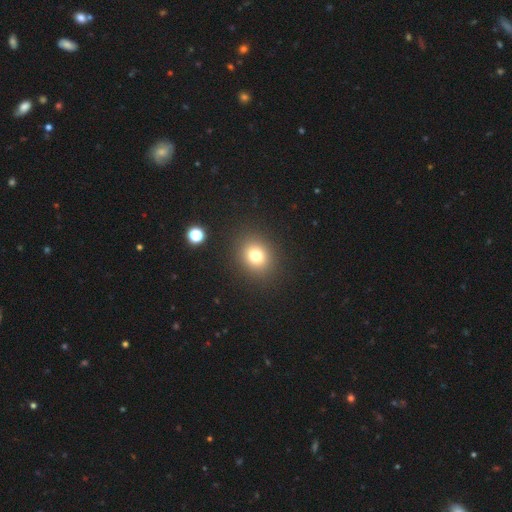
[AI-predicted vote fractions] Smooth or featured? Predicted: smooth (p=0.76). How rounded? Predicted: round (p=0.71). Merging? Predicted: none (p=0.89).